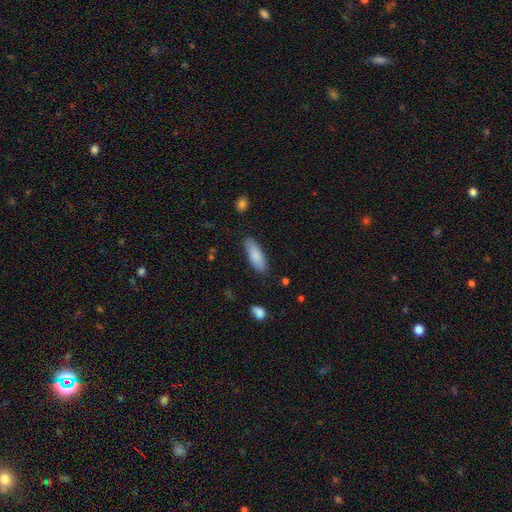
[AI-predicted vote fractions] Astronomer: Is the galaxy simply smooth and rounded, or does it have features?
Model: smooth — 85%.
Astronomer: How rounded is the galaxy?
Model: in between — 62%.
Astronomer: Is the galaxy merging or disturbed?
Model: none — 85%.